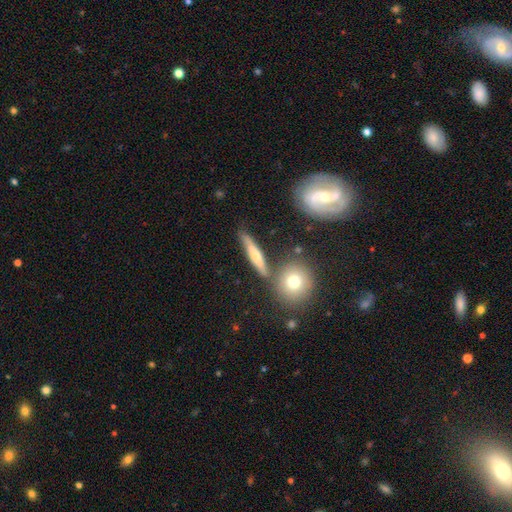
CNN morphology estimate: smooth_or_featured: smooth (p=0.46) [alt: featured or disk p=0.45]
merging: none (p=0.75) [alt: minor disturbance p=0.12]